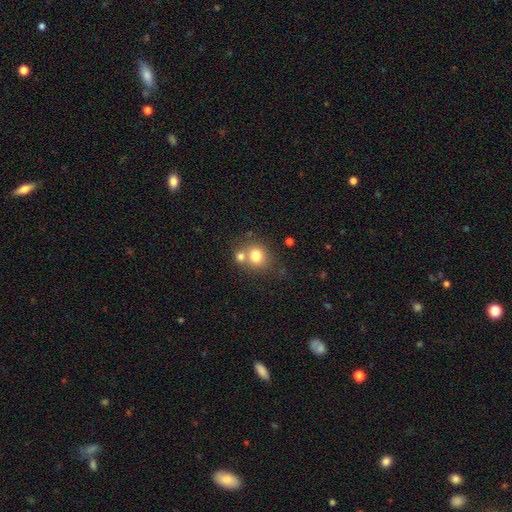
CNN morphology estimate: This appears to be a smooth galaxy with no disk features (77%) that is round (74%). Merging: none (52%).